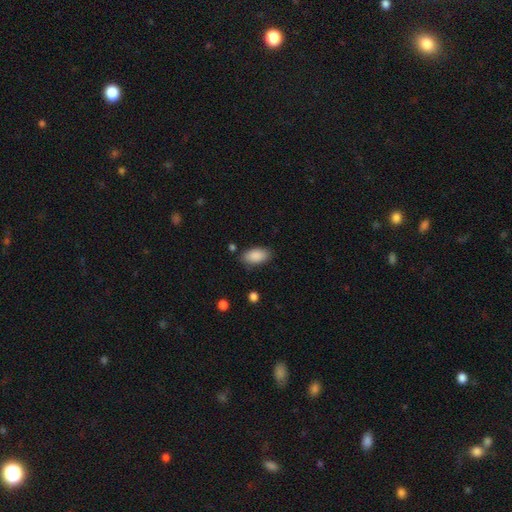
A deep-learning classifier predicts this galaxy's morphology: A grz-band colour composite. It shows a smooth galaxy with no disk features (89%) that is in between round and cigar-shaped (94%). Merging: none (83%).